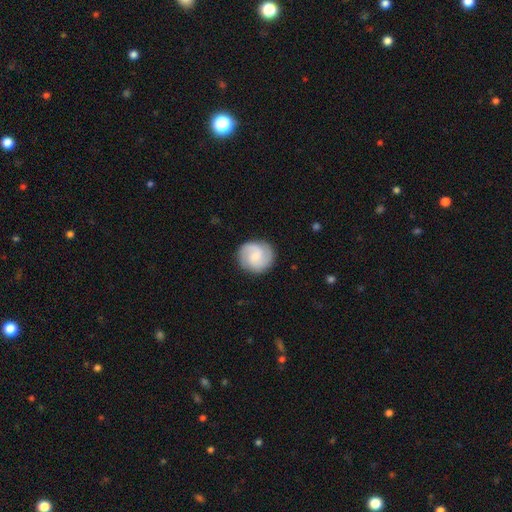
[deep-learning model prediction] featured or disk 70%, smooth 24%, star or artifact 6%. Down the decision tree: edge-on disk — no (98%); bar — no (50%); spiral arms — yes (96%); spiral arm count — 2 (69%); spiral winding — medium (48%); bulge size — small (54%); merging — none (86%).